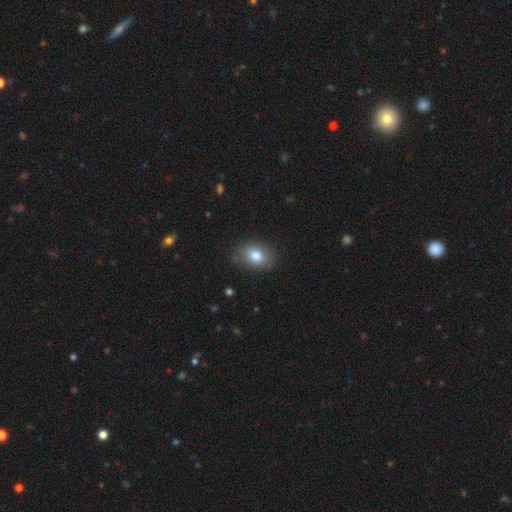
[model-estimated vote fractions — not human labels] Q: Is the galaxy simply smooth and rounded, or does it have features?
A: smooth — 80%.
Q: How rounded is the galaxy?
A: in between — 67%.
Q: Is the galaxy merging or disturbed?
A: none — 81%.